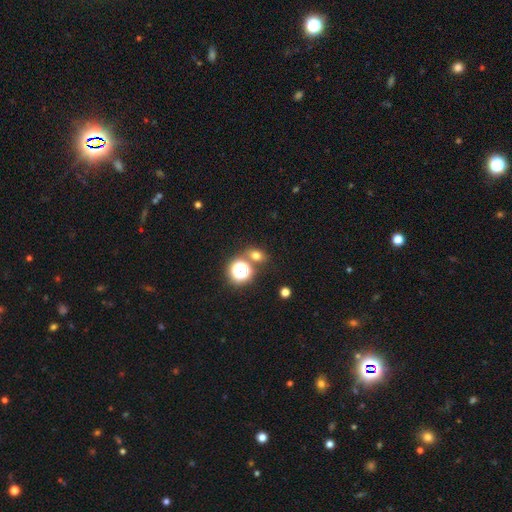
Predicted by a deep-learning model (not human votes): This appears to be a smooth galaxy with no disk features (64%) that is round (52%). Merging: none (73%).